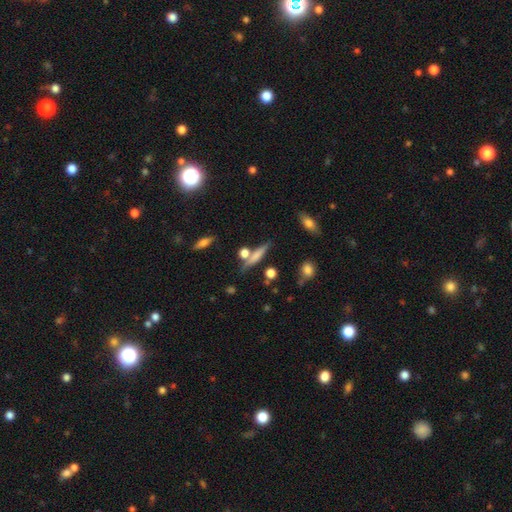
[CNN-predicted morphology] Q: Smooth or featured?
A: smooth (58%); runner-up: featured or disk (33%)
Q: How rounded?
A: cigar-shaped (81%); runner-up: in between (13%)
Q: Merging?
A: none (69%); runner-up: merger (15%)